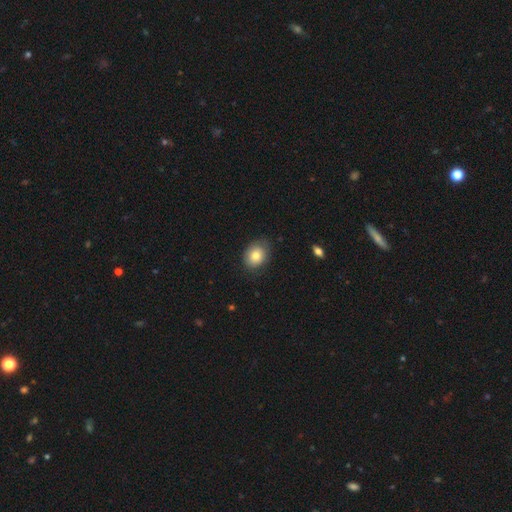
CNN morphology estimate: A smooth galaxy with no disk features (81%) that is in between round and cigar-shaped (54%). Merging: none (78%).